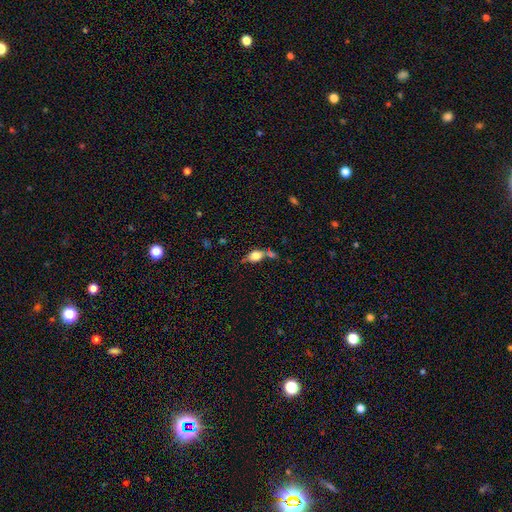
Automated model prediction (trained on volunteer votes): Smooth or featured? smooth (70%)
How rounded? in between (70%)
Merging? none (51%)